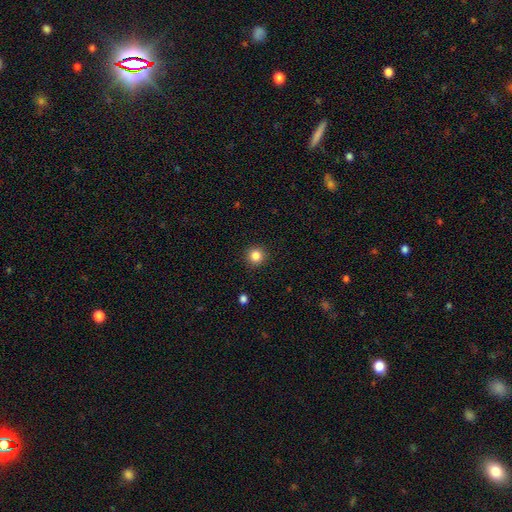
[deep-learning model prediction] A smooth galaxy with no disk features (84%) that is round (95%).

Vote fractions:
- Smooth or featured? smooth: 84% / star or artifact: 11% / featured or disk: 4%
- How rounded? round: 95% / in between: 4% / cigar-shaped: 1%
- Merging? none: 92% / minor disturbance: 5% / major disturbance: 2% / merger: 1%